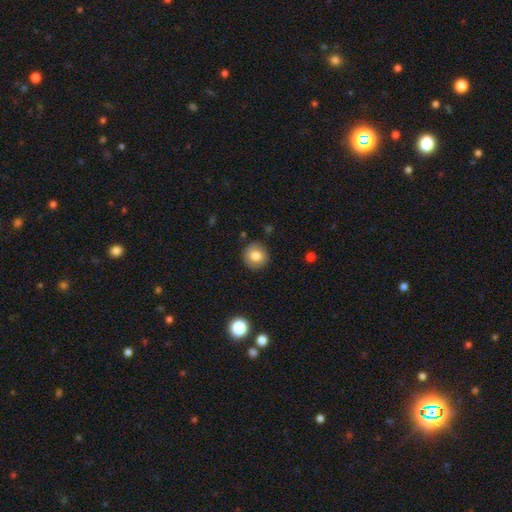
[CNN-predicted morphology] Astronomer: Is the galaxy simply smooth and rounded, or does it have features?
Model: smooth — 80%.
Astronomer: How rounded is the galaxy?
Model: round — 92%.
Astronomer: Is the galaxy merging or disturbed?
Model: none — 89%.